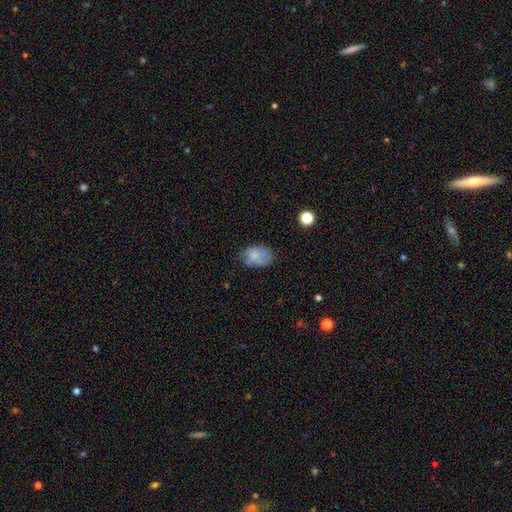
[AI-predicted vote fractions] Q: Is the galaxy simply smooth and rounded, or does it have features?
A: smooth — 67%.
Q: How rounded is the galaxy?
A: in between — 79%.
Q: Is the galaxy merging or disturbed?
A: none — 60%.